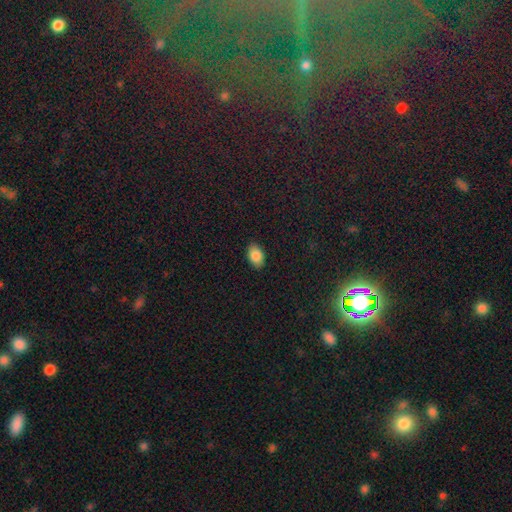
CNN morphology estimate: Smooth or featured? Predicted: smooth (p=0.87). How rounded? Predicted: in between (p=0.89). Merging? Predicted: none (p=0.87).